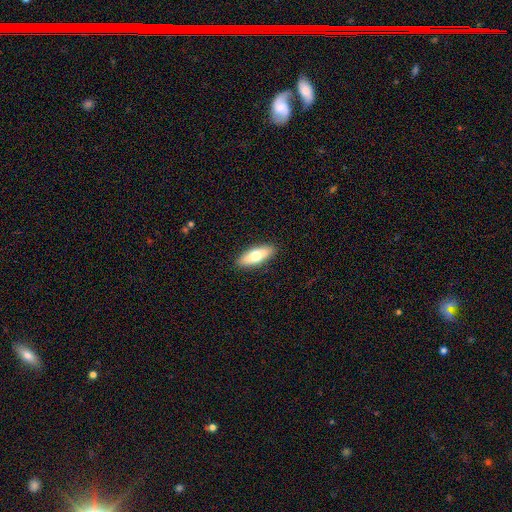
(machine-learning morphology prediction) Smooth or featured? Predicted: smooth (p=0.68). How rounded? Predicted: in between (p=0.68). Merging? Predicted: none (p=0.90).